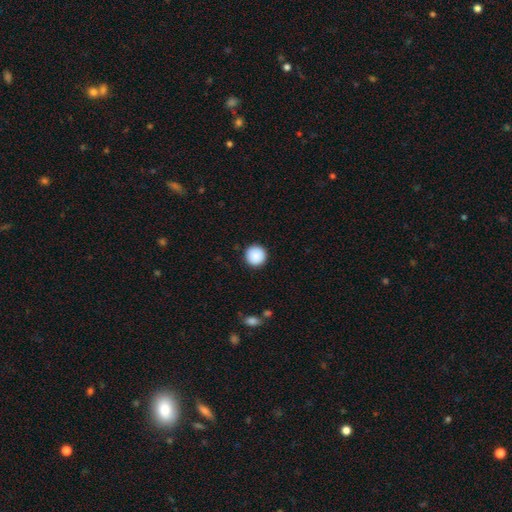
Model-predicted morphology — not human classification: Smooth or featured: smooth — 89% (star or artifact — 7%)
How rounded: round — 96% (in between — 3%)
Merging: none — 92% (minor disturbance — 6%)